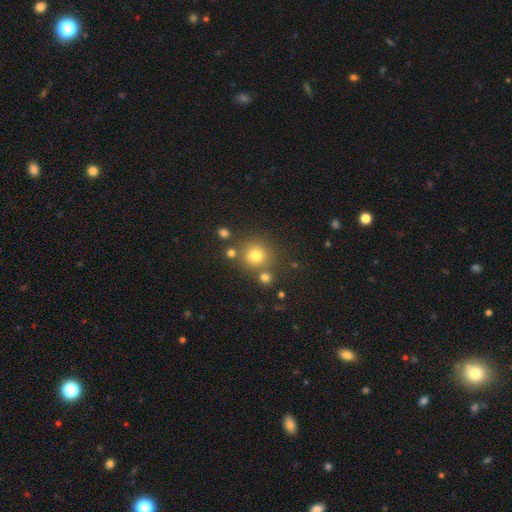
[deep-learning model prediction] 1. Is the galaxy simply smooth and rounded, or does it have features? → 74% smooth, 17% star or artifact, 9% featured or disk.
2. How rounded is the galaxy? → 92% round, 8% in between, 1% cigar-shaped.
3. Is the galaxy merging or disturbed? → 76% none, 12% merger, 9% minor disturbance, 4% major disturbance.